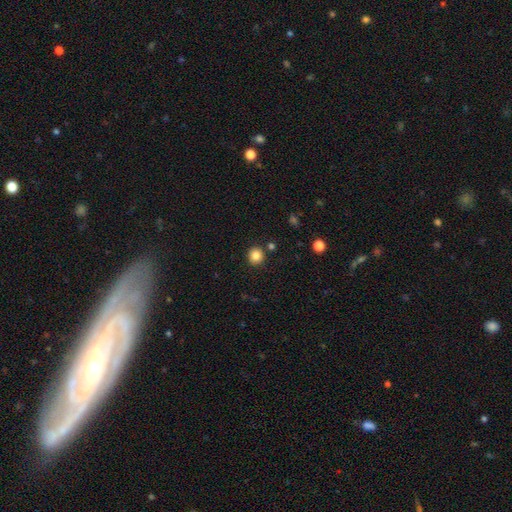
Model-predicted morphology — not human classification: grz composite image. It shows a smooth galaxy with no disk features (84%) that is round (90%). Merging: none (88%).